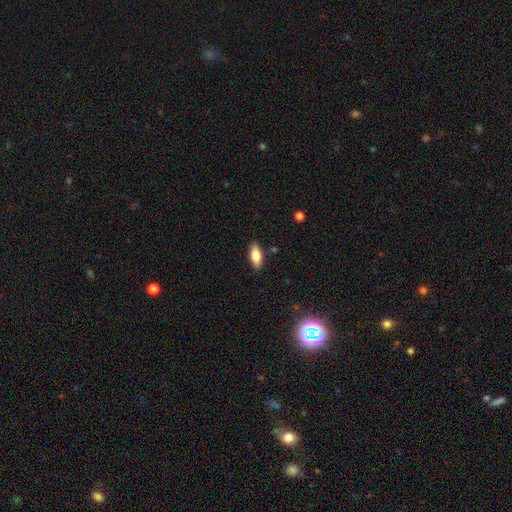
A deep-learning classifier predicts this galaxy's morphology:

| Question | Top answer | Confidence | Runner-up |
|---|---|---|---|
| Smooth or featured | smooth | 80% | featured or disk (13%) |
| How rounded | in between | 83% | cigar-shaped (15%) |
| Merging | none | 86% | minor disturbance (11%) |